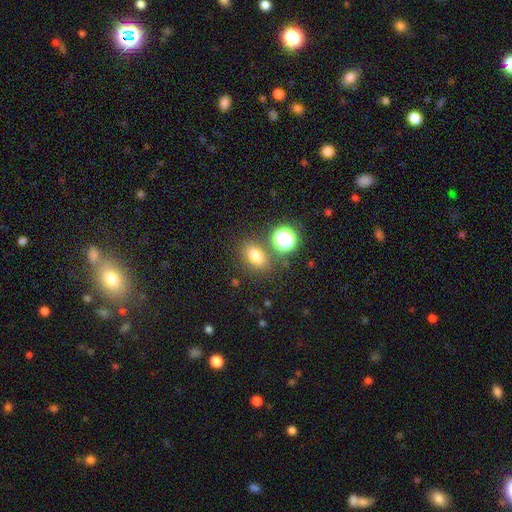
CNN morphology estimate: smooth_or_featured: smooth (p=0.74) [alt: star or artifact p=0.17]
how_rounded: in between (p=0.67) [alt: round p=0.31]
merging: none (p=0.75) [alt: minor disturbance p=0.11]